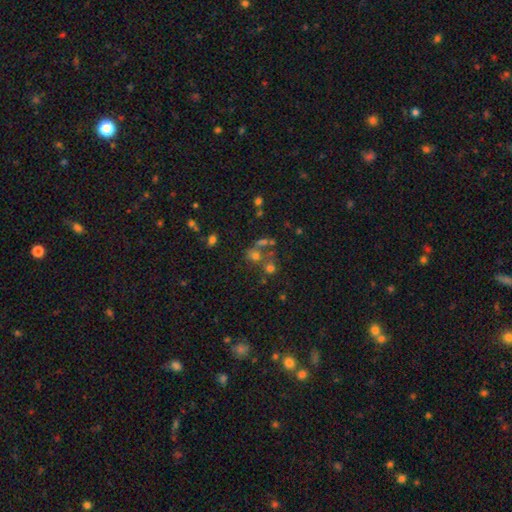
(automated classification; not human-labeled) This is possibly a smooth galaxy (48%). Merging: possibly none (46%).